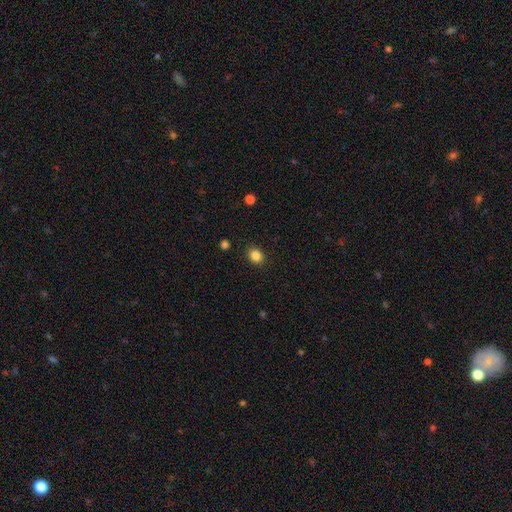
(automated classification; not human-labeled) A smooth galaxy with no disk features (85%) that is round (64%). Merging: none (89%).